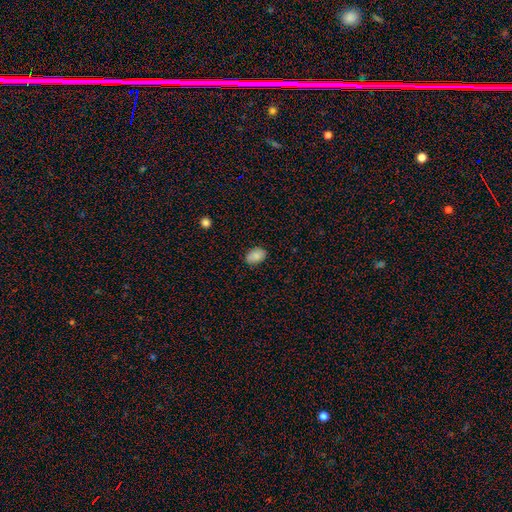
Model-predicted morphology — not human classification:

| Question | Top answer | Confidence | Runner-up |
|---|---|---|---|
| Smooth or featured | smooth | 86% | star or artifact (8%) |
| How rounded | in between | 85% | round (14%) |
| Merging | none | 84% | minor disturbance (13%) |